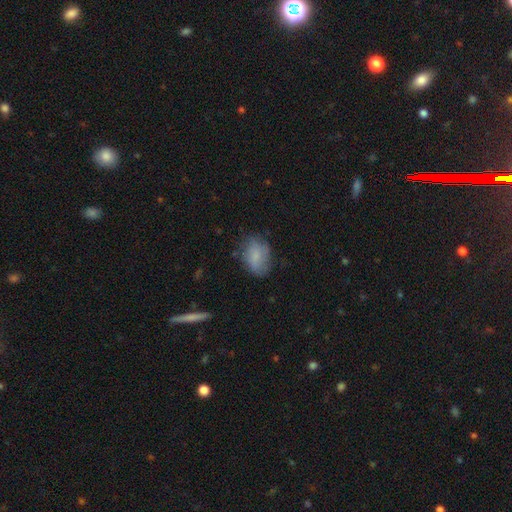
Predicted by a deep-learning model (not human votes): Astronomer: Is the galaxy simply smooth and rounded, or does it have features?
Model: smooth — 75%.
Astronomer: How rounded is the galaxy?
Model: in between — 80%.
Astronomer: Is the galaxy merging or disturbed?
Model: none — 63%.